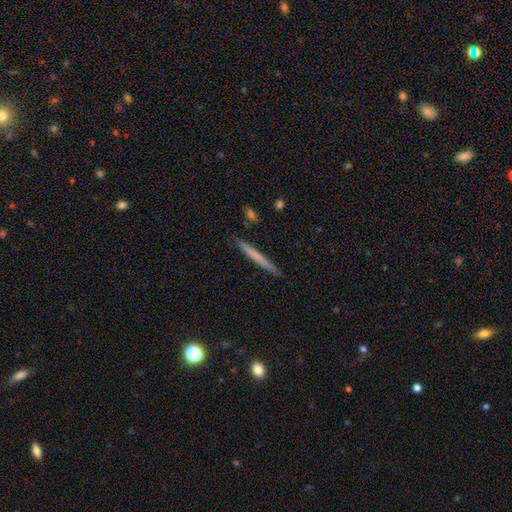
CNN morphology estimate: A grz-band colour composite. It shows a smooth galaxy with no disk features (57%) that is cigar-shaped (97%). Merging: none (90%).